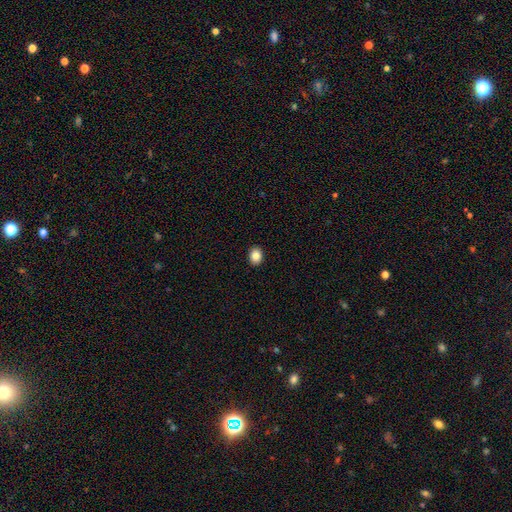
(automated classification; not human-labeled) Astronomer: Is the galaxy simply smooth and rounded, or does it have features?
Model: smooth — 85%.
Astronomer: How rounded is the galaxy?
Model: in between — 53% (runner-up: round, 46%).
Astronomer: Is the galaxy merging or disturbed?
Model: none — 92%.